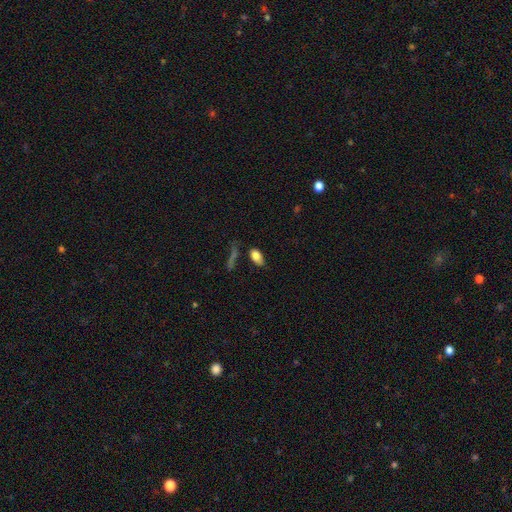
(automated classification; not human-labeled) smooth 80%, featured or disk 12%, star or artifact 8%. Down the decision tree: how rounded — in between (89%); merging — none (66%).